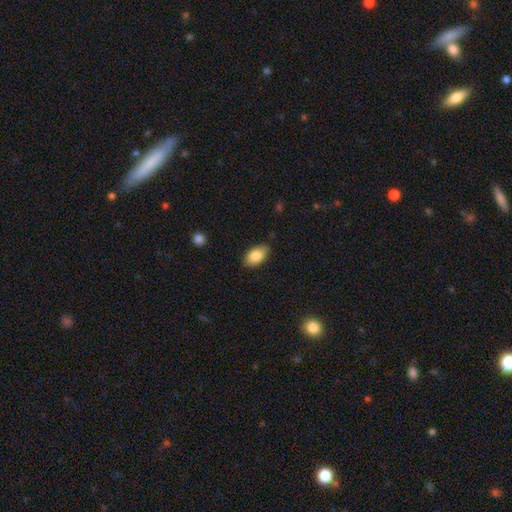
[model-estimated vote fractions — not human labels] Smooth or featured?
  - smooth: 84% *
  - featured or disk: 9%
  - star or artifact: 7%
How rounded?
  - in between: 93% *
  - round: 5%
  - cigar-shaped: 2%
Merging?
  - none: 84% *
  - minor disturbance: 13%
  - major disturbance: 2%
  - merger: 1%